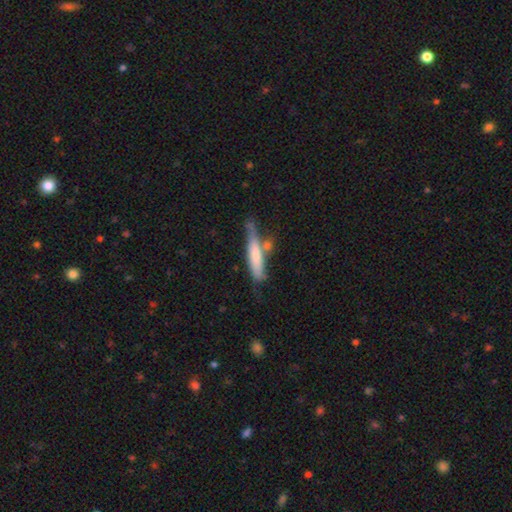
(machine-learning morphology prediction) Smooth or featured?
  - smooth: 65% *
  - featured or disk: 29%
  - star or artifact: 6%
How rounded?
  - cigar-shaped: 84% *
  - in between: 14%
  - round: 2%
Merging?
  - none: 50% *
  - minor disturbance: 25%
  - merger: 17%
  - major disturbance: 8%